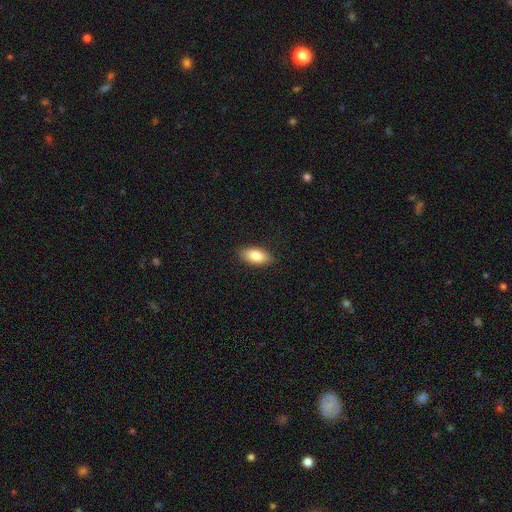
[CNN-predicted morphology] Smooth or featured? smooth (85%)
How rounded? in between (91%)
Merging? none (88%)